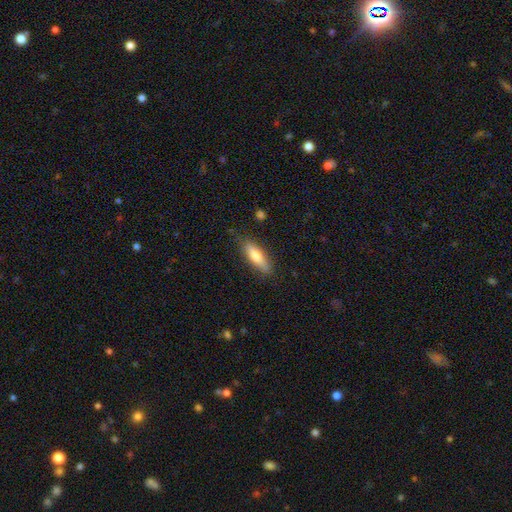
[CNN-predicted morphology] Smooth or featured? smooth (73%)
How rounded? cigar-shaped (50%)
Merging? none (81%)